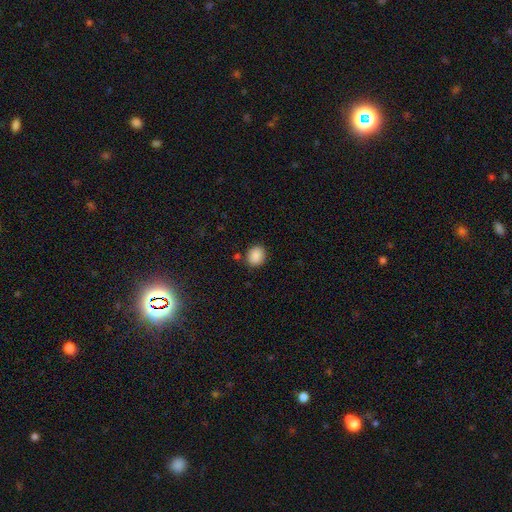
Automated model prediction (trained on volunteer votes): smooth-or-featured: smooth: 88% | star or artifact: 8% | featured or disk: 4%
  how-rounded: round: 70% | in between: 29% | cigar-shaped: 1%
  merging: none: 85% | minor disturbance: 9% | merger: 3% | major disturbance: 3%